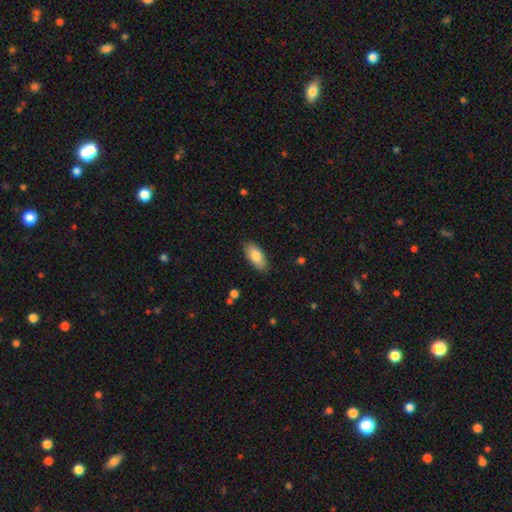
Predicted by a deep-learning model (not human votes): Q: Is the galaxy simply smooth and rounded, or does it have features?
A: smooth — 82%.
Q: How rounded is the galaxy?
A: in between — 90%.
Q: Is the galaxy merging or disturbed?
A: none — 86%.